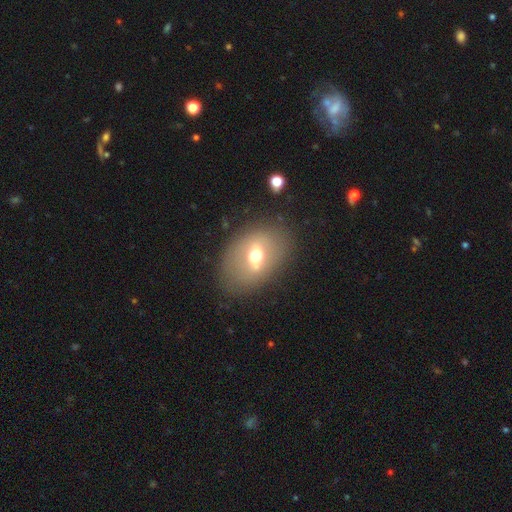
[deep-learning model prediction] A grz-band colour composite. It shows a smooth galaxy with no disk features (46%). Merging: none (76%).